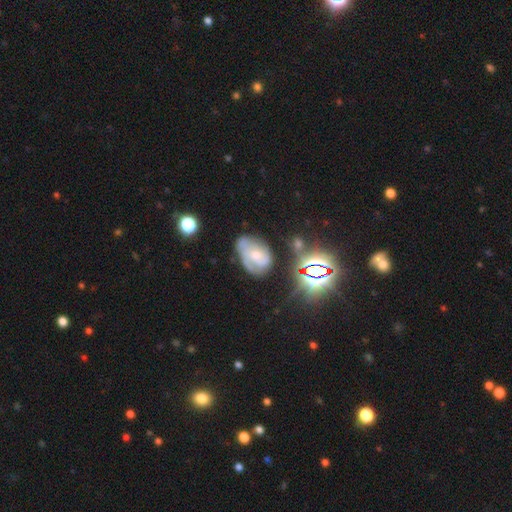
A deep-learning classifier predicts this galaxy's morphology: A featured or disk galaxy (59%) with no bar (67%), spiral arms (76%) and a small central bulge (52%).

Vote fractions:
- Smooth or featured? featured or disk: 59% / smooth: 29% / star or artifact: 12%
- Edge-on disk? no: 96% / yes: 4%
- Bar? no: 67% / weak: 27% / strong: 6%
- Spiral arms? yes: 76% / no: 24%
- Bulge size? small: 52% / moderate: 40% / none: 5% / large: 2% / dominant: 1%
- Merging? none: 50% / minor disturbance: 29% / major disturbance: 15% / merger: 5%